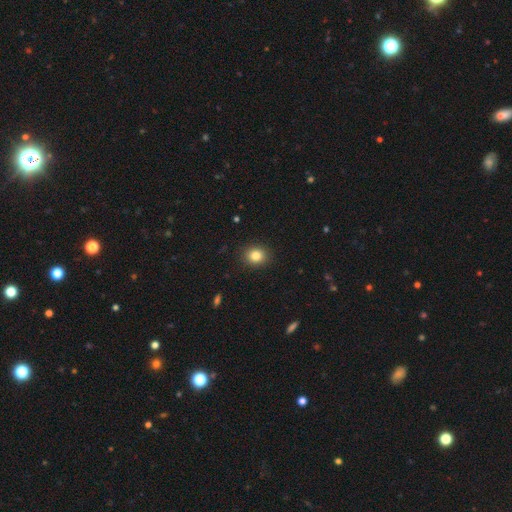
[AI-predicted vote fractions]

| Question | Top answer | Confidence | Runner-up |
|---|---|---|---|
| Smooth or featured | smooth | 83% | star or artifact (11%) |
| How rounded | round | 69% | in between (30%) |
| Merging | none | 90% | minor disturbance (7%) |